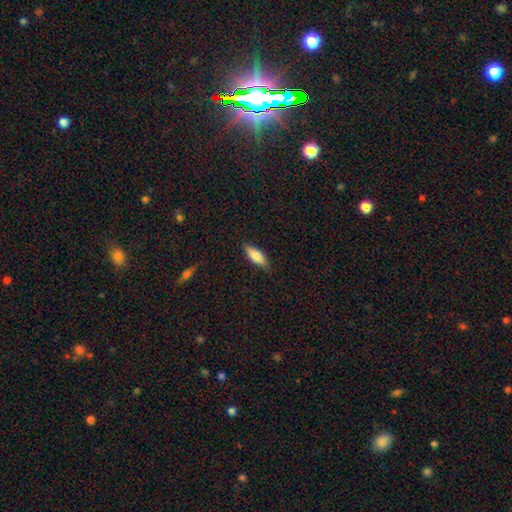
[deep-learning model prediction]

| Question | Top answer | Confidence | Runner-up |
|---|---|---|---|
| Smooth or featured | smooth | 79% | featured or disk (15%) |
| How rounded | in between | 64% | cigar-shaped (34%) |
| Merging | none | 83% | minor disturbance (14%) |